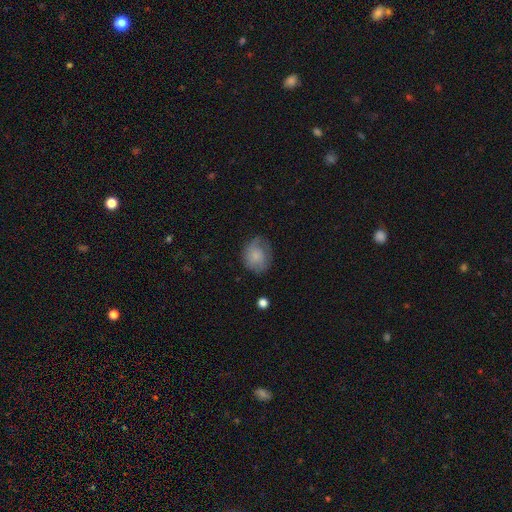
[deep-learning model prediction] A smooth galaxy with no disk features (66%) that is round (58%).

Vote fractions:
- Smooth or featured? smooth: 66% / featured or disk: 26% / star or artifact: 8%
- How rounded? round: 58% / in between: 41% / cigar-shaped: 1%
- Merging? none: 61% / minor disturbance: 27% / major disturbance: 10% / merger: 1%